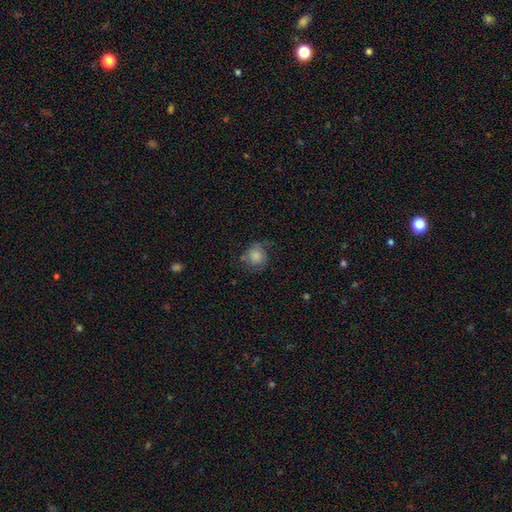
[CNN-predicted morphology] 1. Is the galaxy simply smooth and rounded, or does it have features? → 52% smooth, 39% featured or disk, 9% star or artifact.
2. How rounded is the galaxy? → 82% round, 17% in between, 1% cigar-shaped.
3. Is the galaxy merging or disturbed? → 56% none, 24% minor disturbance, 18% major disturbance, 3% merger.